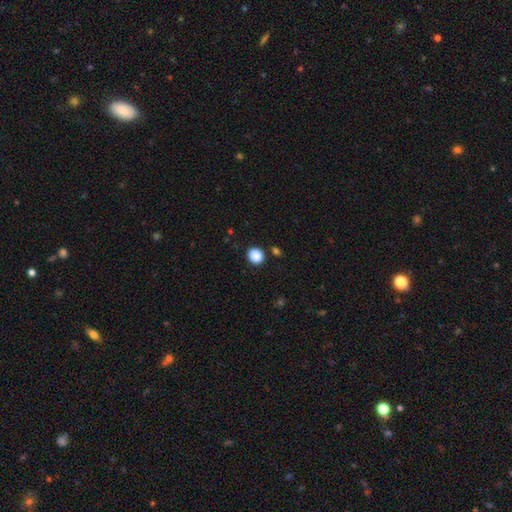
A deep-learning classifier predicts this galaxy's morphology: Smooth or featured? smooth (88%)
How rounded? round (79%)
Merging? none (88%)